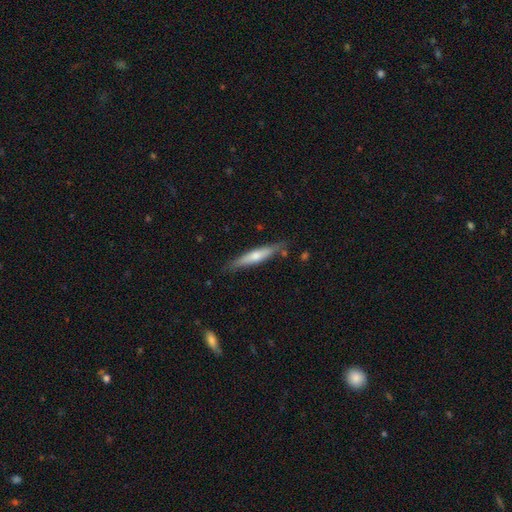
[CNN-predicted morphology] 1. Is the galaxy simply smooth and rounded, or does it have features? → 48% featured or disk, 47% smooth, 6% star or artifact.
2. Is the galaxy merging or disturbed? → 83% none, 13% minor disturbance, 2% merger, 2% major disturbance.